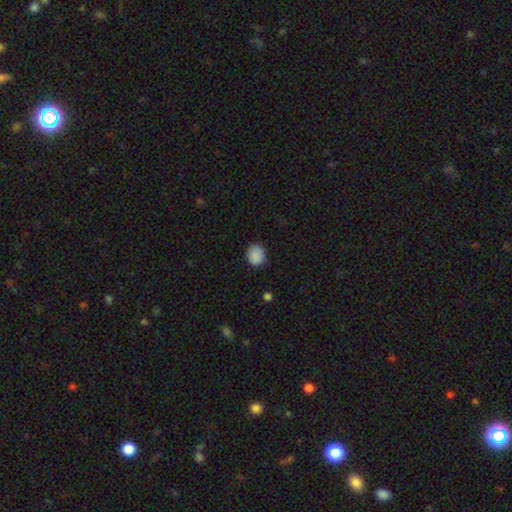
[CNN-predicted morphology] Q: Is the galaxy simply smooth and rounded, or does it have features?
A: smooth — 88%.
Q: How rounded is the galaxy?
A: round — 67%.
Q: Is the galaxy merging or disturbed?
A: none — 86%.